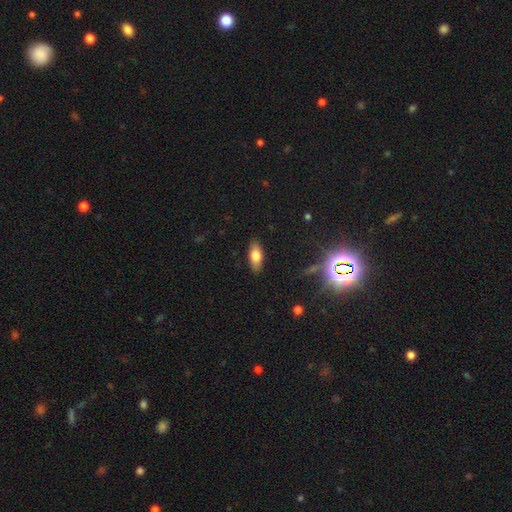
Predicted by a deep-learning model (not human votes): This appears to be a smooth galaxy with no disk features (74%) that is in between round and cigar-shaped (79%). Merging: none (87%).